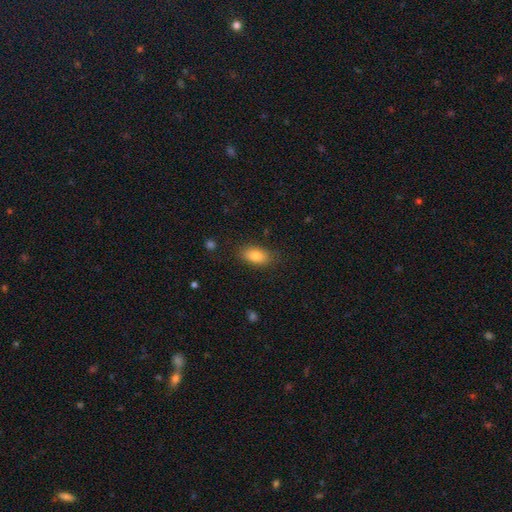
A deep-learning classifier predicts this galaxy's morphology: This is clearly a smooth galaxy (81%). How rounded: clearly in between (88%). Merging: clearly none (84%).